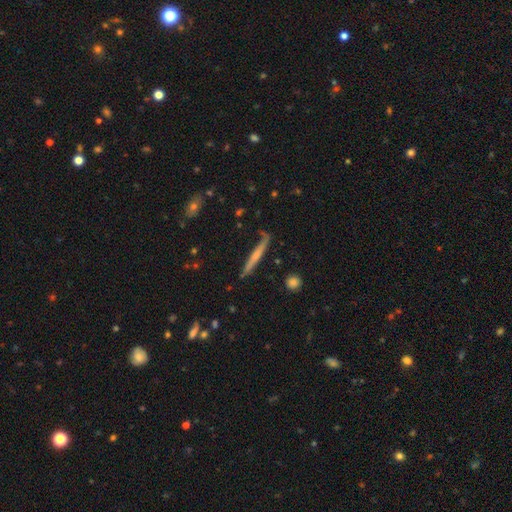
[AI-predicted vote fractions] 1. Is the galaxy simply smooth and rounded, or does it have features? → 47% featured or disk (tied), 47% smooth (tied), 7% star or artifact.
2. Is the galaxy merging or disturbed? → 77% none, 17% minor disturbance, 4% major disturbance, 2% merger.